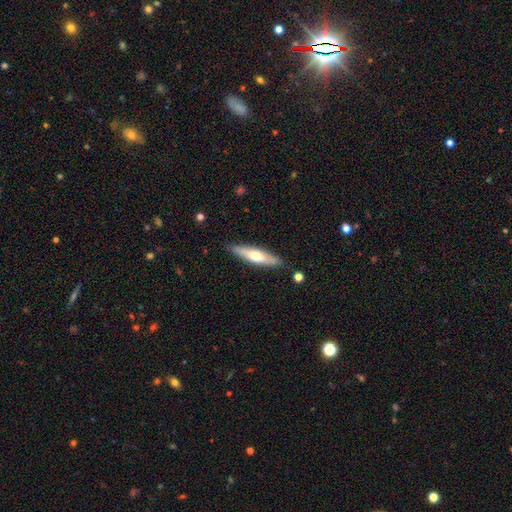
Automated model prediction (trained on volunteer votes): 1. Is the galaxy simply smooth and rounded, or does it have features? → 52% smooth, 43% featured or disk, 5% star or artifact.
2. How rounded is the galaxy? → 76% cigar-shaped, 23% in between, 2% round.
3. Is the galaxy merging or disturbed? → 86% none, 10% minor disturbance, 2% major disturbance, 2% merger.